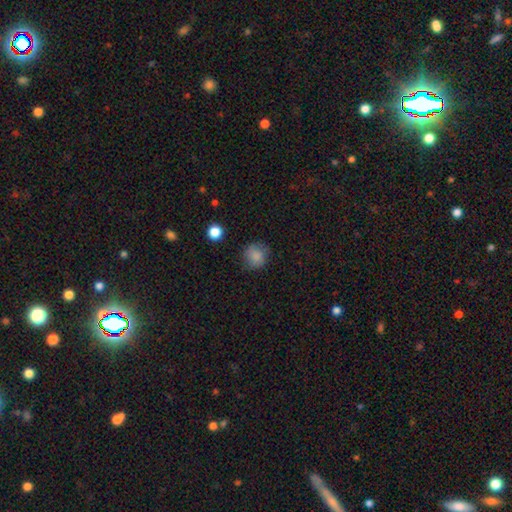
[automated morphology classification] This appears to be a smooth galaxy with no disk features (83%) that is round (86%). Merging: none (77%).